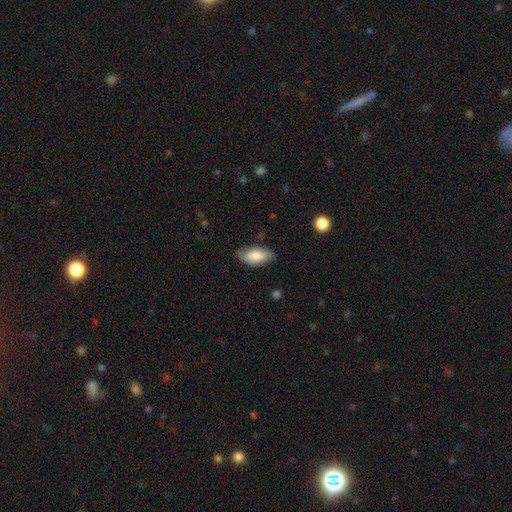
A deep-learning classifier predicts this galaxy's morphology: smooth 79%, featured or disk 15%, star or artifact 6%. Down the decision tree: how rounded — in between (92%); merging — none (78%).